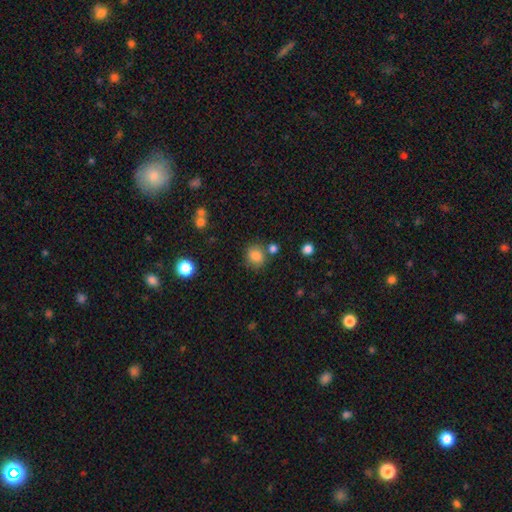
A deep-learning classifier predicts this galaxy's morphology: smooth-or-featured: smooth: 84% | star or artifact: 12% | featured or disk: 5%
  how-rounded: round: 78% | in between: 21% | cigar-shaped: 1%
  merging: none: 75% | minor disturbance: 11% | merger: 10% | major disturbance: 4%